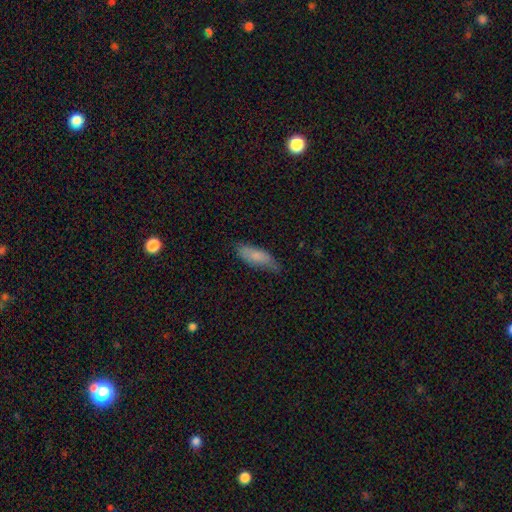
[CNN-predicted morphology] Q: Smooth or featured?
A: smooth (76%); runner-up: featured or disk (17%)
Q: How rounded?
A: in between (64%); runner-up: cigar-shaped (34%)
Q: Merging?
A: none (66%); runner-up: minor disturbance (27%)